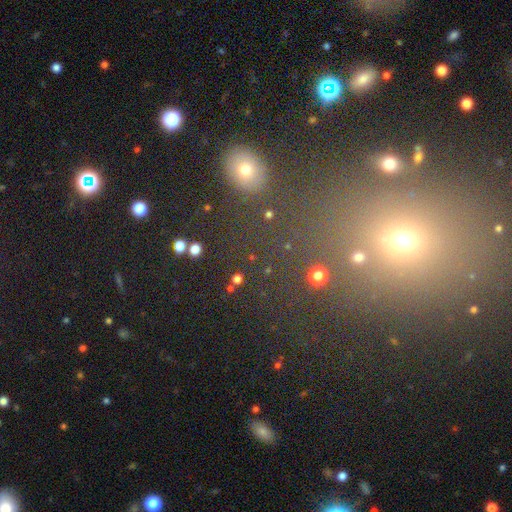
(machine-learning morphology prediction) star or artifact 48%, smooth 42%, featured or disk 10%.